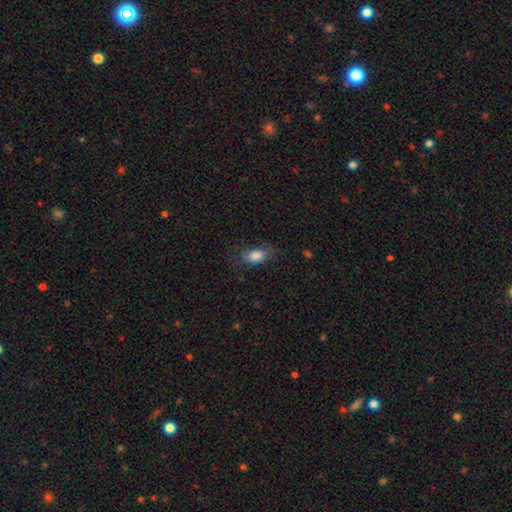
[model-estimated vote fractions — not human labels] Smooth or featured?
  - smooth: 79% *
  - featured or disk: 12%
  - star or artifact: 9%
How rounded?
  - in between: 85% *
  - round: 9%
  - cigar-shaped: 7%
Merging?
  - none: 59% *
  - minor disturbance: 25%
  - major disturbance: 15%
  - merger: 1%